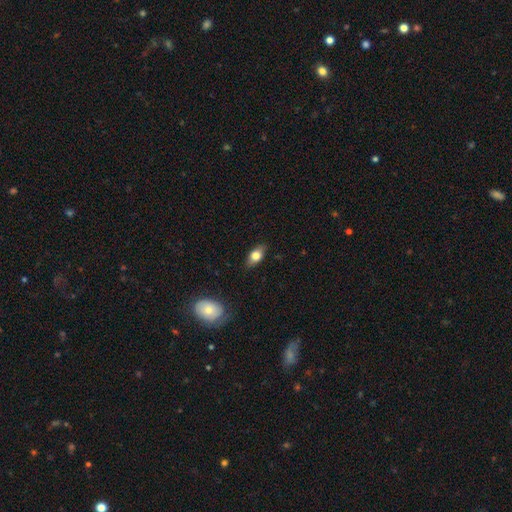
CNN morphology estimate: Q: Smooth or featured?
A: smooth (69%); runner-up: featured or disk (23%)
Q: How rounded?
A: in between (82%); runner-up: cigar-shaped (10%)
Q: Merging?
A: none (83%); runner-up: minor disturbance (13%)